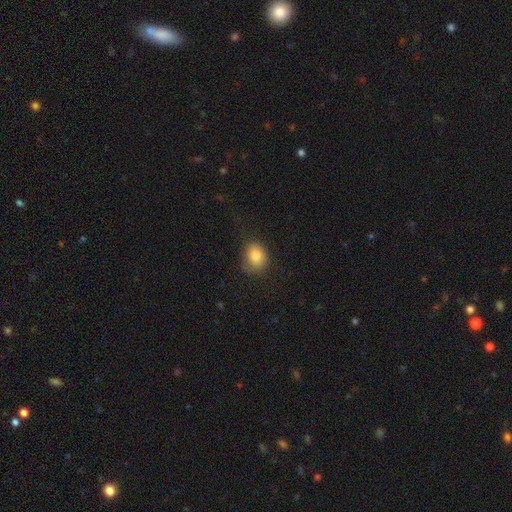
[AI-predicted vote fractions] smooth-or-featured: smooth: 82% | star or artifact: 10% | featured or disk: 8%
  how-rounded: round: 51% | in between: 48% | cigar-shaped: 1%
  merging: none: 71% | minor disturbance: 21% | major disturbance: 7% | merger: 1%